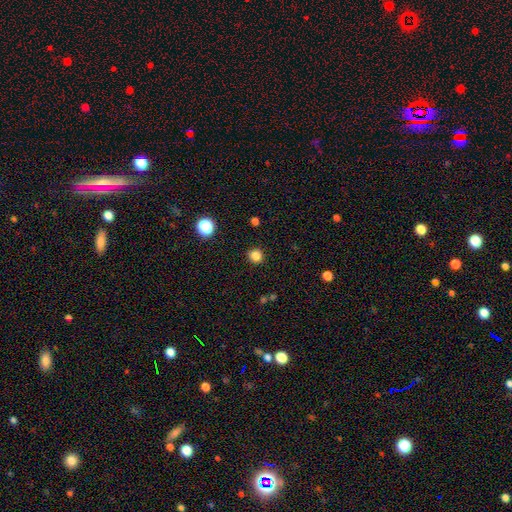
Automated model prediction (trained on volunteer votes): Smooth or featured? smooth (83%)
How rounded? round (88%)
Merging? none (90%)